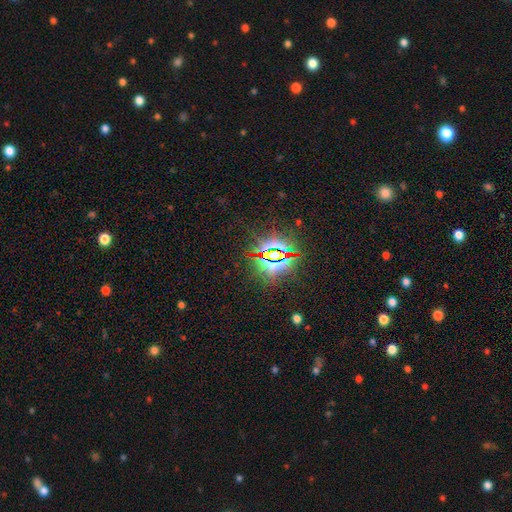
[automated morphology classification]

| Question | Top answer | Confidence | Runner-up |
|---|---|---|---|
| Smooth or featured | star or artifact | 86% | smooth (8%) |